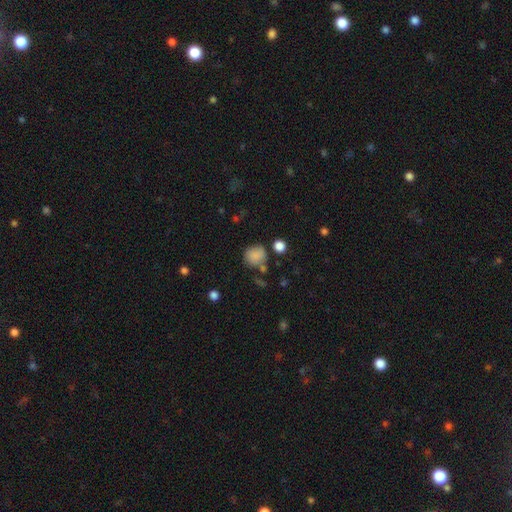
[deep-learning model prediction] This is clearly a smooth galaxy (82%). How rounded: clearly round (81%). Merging: likely none (63%).